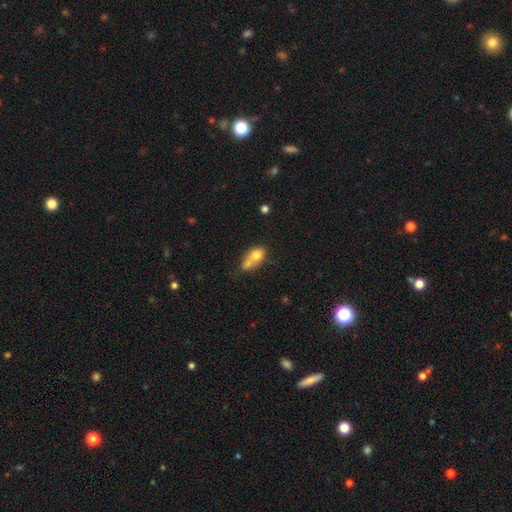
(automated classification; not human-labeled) A smooth galaxy with no disk features (71%) that is in between round and cigar-shaped (66%). Merging: merger (60%).